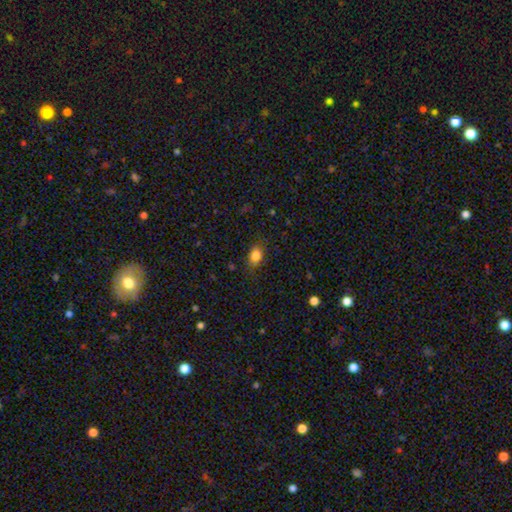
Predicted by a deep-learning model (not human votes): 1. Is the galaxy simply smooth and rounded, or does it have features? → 83% smooth, 10% star or artifact, 7% featured or disk.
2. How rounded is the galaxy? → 72% in between, 26% round, 2% cigar-shaped.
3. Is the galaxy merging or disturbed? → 81% none, 14% minor disturbance, 4% major disturbance, 1% merger.